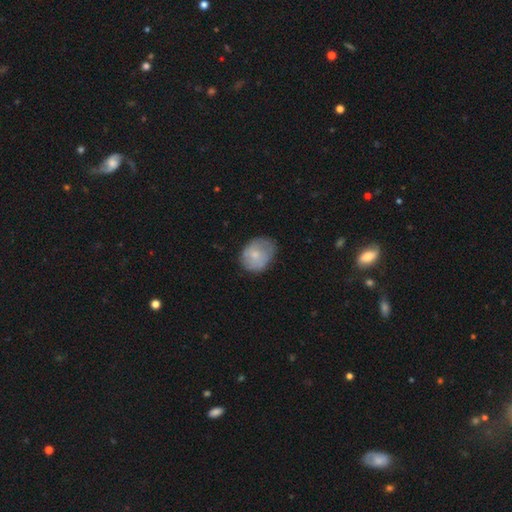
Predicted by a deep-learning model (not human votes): A smooth galaxy with no disk features (63%) that is in between round and cigar-shaped (51%). Merging: none (64%).